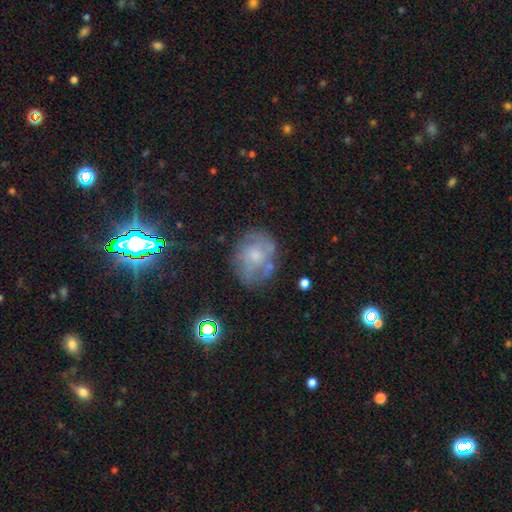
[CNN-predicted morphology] Overall: featured or disk (53%; smooth 35%). Edge-on disk: no (97%). Bar: no (81%). Spiral arms: yes (52%; no 48%). Bulge size: small (50%; moderate 33%). Merging: none (60%; minor disturbance 23%).